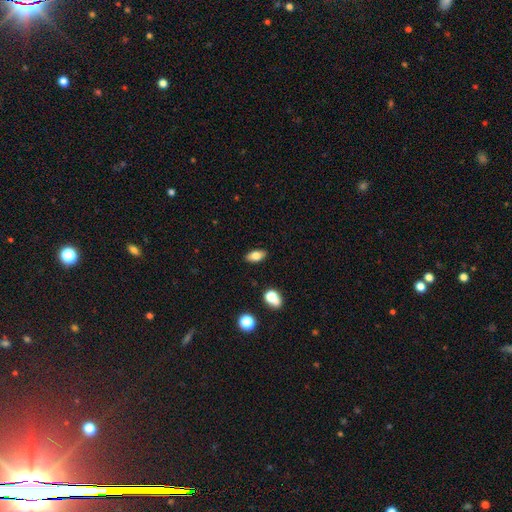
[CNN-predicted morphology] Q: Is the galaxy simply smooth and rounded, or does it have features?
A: smooth — 78%.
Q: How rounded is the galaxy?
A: in between — 88%.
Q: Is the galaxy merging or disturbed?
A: none — 88%.